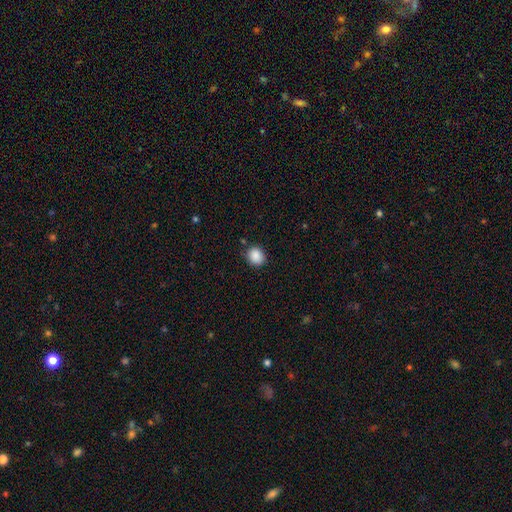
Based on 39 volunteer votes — Smooth or featured?
  - smooth: 87% *
  - star or artifact: 8%
  - featured or disk: 5%
How rounded?
  - round: 56% *
  - in between: 44%
  - cigar-shaped: 0%
Merging?
  - none: 81% *
  - minor disturbance: 14%
  - major disturbance: 3%
  - merger: 3%